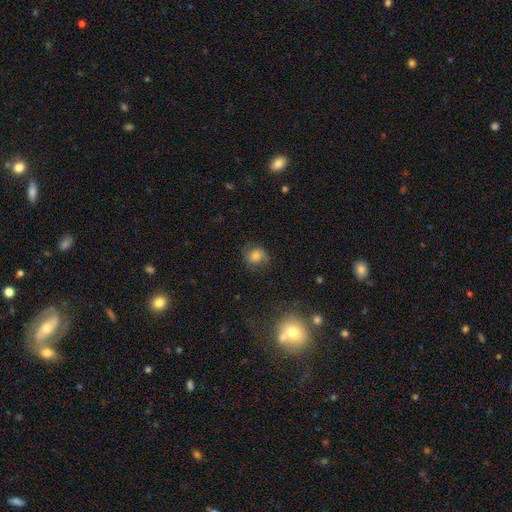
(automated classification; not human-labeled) smooth-or-featured: smooth: 62% | featured or disk: 25% | star or artifact: 13%
  how-rounded: round: 76% | in between: 23% | cigar-shaped: 1%
  merging: none: 67% | minor disturbance: 21% | major disturbance: 10% | merger: 2%